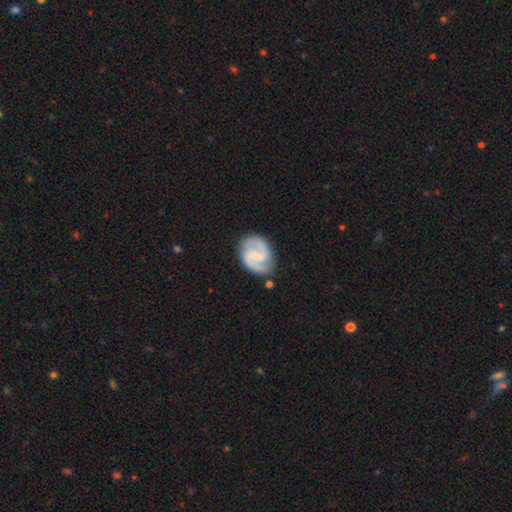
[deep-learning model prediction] Smooth or featured? featured or disk (86%)
Edge-on disk? no (98%)
Bar? weak (56%)
Spiral arms? yes (97%)
Spiral winding? medium (57%)
Spiral arm count? 2 (92%)
Bulge size? small (63%)
Merging? none (80%)